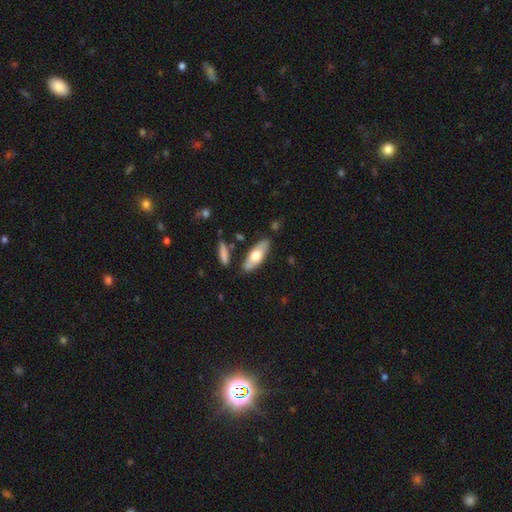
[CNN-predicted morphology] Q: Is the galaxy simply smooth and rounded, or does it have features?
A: smooth — 62%.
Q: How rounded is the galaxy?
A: in between — 71%.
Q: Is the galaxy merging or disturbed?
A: none — 81%.